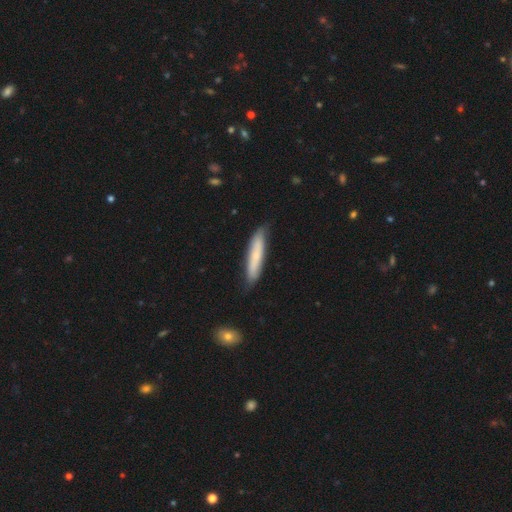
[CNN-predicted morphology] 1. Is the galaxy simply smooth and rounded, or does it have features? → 64% smooth, 31% featured or disk, 6% star or artifact.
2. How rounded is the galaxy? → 87% cigar-shaped, 12% in between, 1% round.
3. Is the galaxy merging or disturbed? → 78% none, 18% minor disturbance, 3% major disturbance, 2% merger.